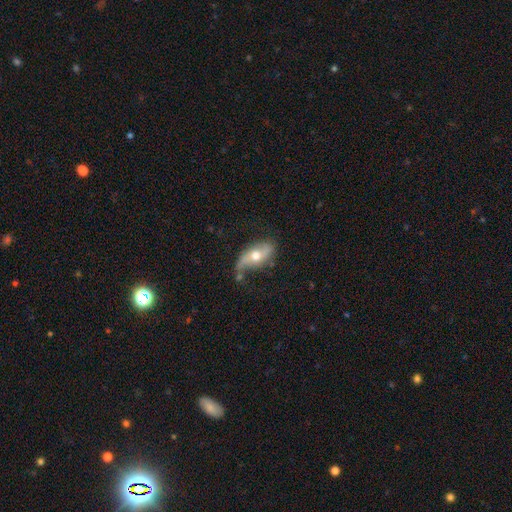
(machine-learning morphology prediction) This appears to be a featured or disk galaxy (55%). Merging: none (52%).